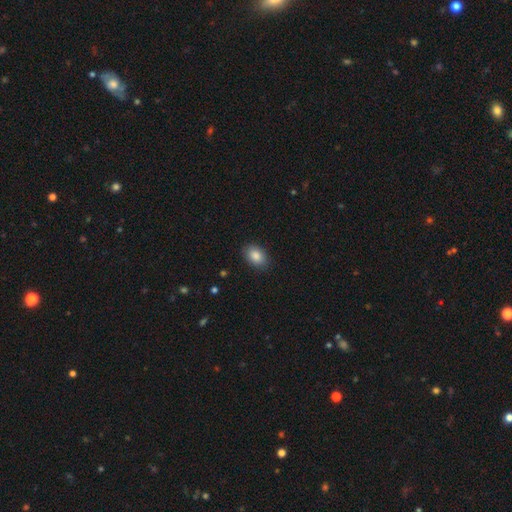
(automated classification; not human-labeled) Smooth or featured? Predicted: smooth (p=0.87). How rounded? Predicted: in between (p=0.84). Merging? Predicted: none (p=0.88).